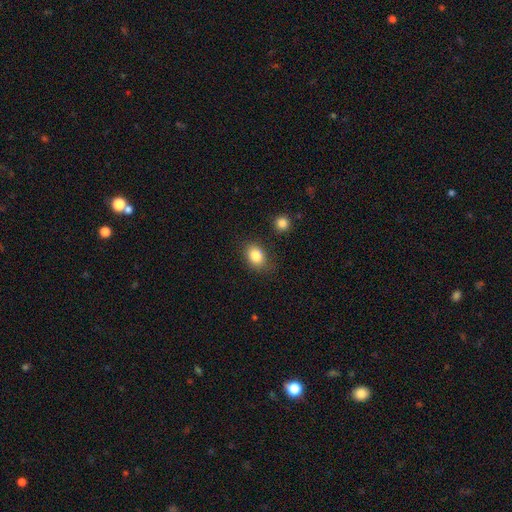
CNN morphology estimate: Smooth or featured? Predicted: smooth (p=0.84). How rounded? Predicted: in between (p=0.70). Merging? Predicted: none (p=0.78).